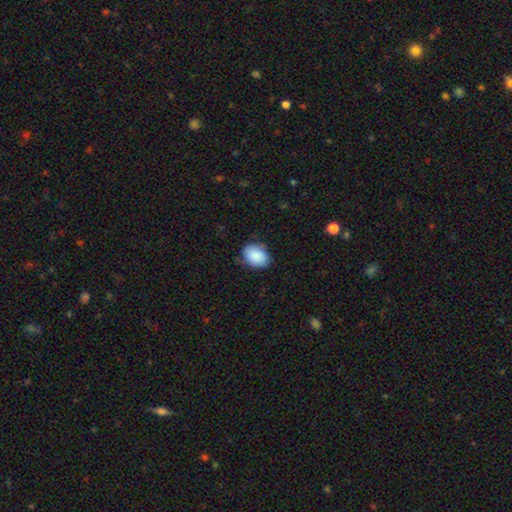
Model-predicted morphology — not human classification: The model was most divided on "how rounded": in between: 74%, round: 25%, cigar-shaped: 1%. More confident: smooth or featured — smooth (89%); merging — none (79%).